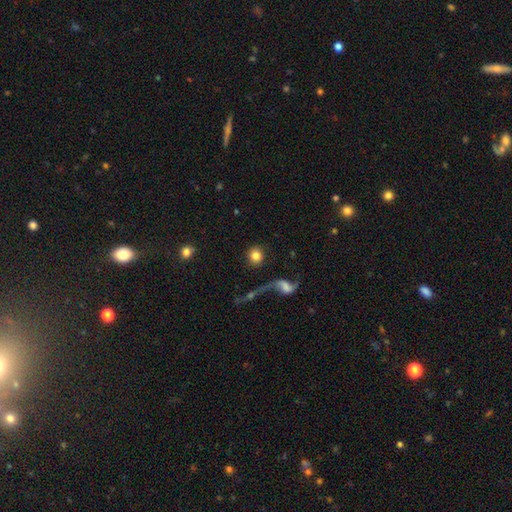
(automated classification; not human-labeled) Smooth or featured?
  - smooth: 80% *
  - featured or disk: 12%
  - star or artifact: 8%
How rounded?
  - round: 91% *
  - in between: 7%
  - cigar-shaped: 1%
Merging?
  - none: 79% *
  - merger: 8%
  - minor disturbance: 7%
  - major disturbance: 6%